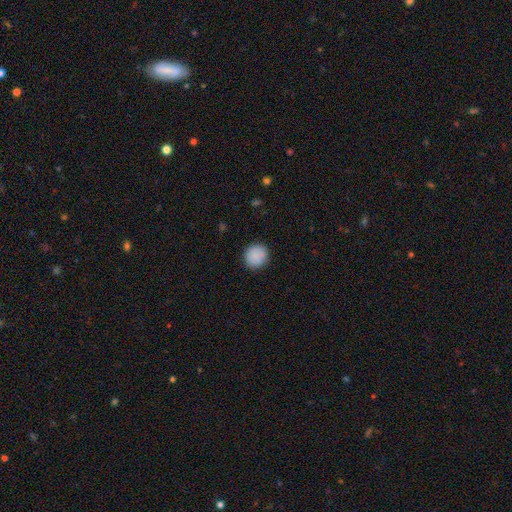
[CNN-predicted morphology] Overall: smooth (89%). How rounded: round (88%). Merging: none (90%).